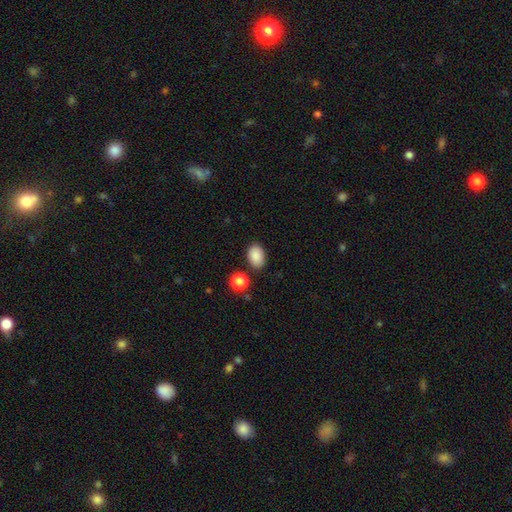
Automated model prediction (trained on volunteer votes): smooth_or_featured: smooth (p=0.88) [alt: star or artifact p=0.08]
how_rounded: in between (p=0.83) [alt: round p=0.16]
merging: none (p=0.84) [alt: minor disturbance p=0.10]